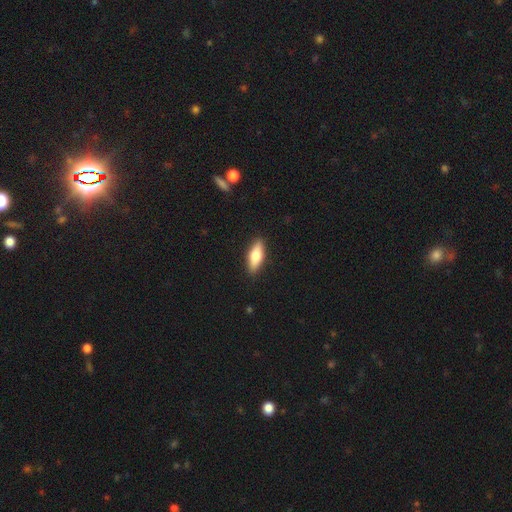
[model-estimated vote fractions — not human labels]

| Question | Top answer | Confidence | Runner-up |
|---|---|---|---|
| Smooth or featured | smooth | 69% | featured or disk (25%) |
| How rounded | in between | 65% | cigar-shaped (33%) |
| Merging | none | 90% | minor disturbance (8%) |